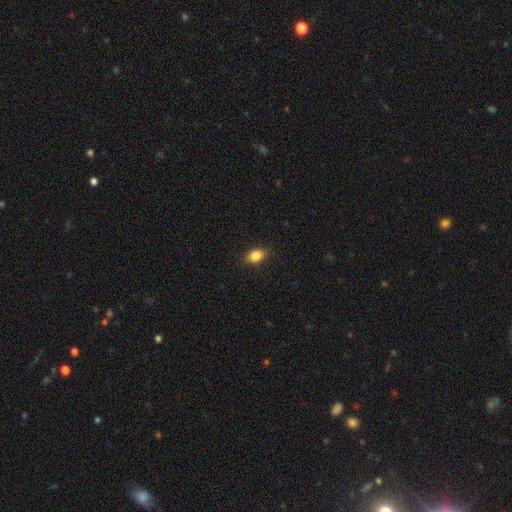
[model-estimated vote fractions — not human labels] Smooth or featured?
  - smooth: 86% *
  - star or artifact: 9%
  - featured or disk: 5%
How rounded?
  - in between: 76% *
  - round: 22%
  - cigar-shaped: 2%
Merging?
  - none: 87% *
  - minor disturbance: 10%
  - major disturbance: 2%
  - merger: 1%